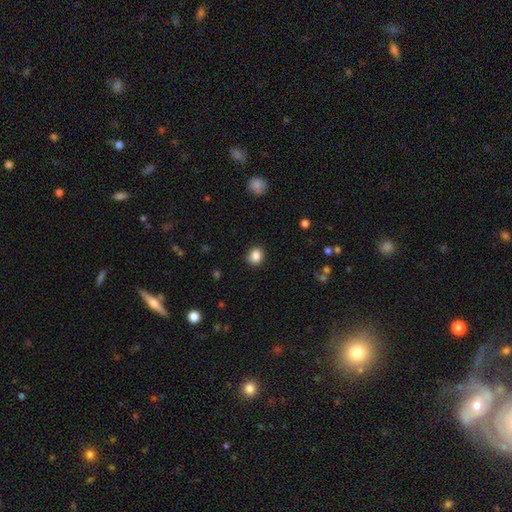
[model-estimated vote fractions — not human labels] Smooth or featured? smooth (86%)
How rounded? round (67%)
Merging? none (84%)